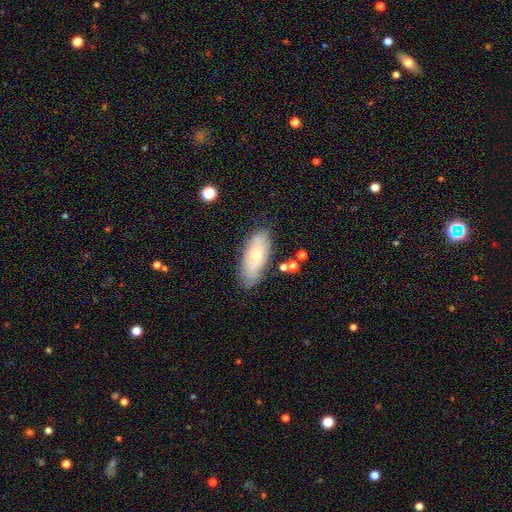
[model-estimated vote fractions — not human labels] Overall: smooth (65%; featured or disk 28%). How rounded: in between (83%). Merging: none (72%).